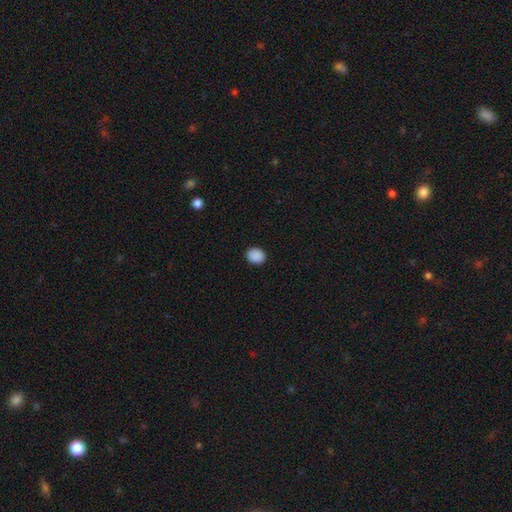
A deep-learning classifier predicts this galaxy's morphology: Smooth or featured? smooth (89%)
How rounded? round (61%)
Merging? none (91%)